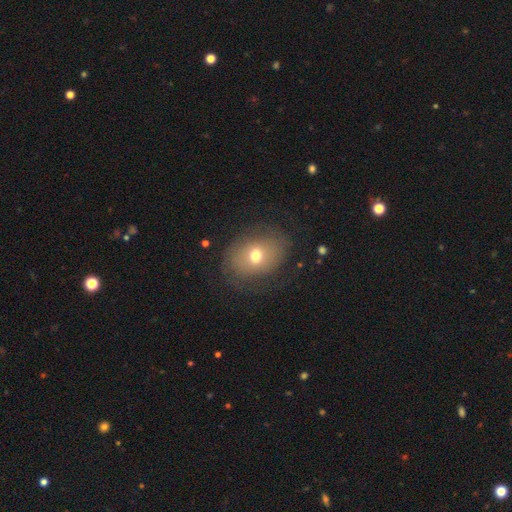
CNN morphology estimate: Smooth or featured: smooth — 62% (featured or disk — 25%)
How rounded: in between — 57% (round — 42%)
Merging: none — 71% (minor disturbance — 17%)